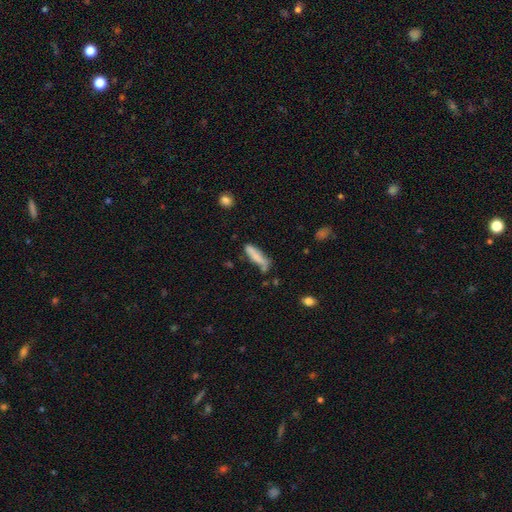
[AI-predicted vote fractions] Overall: smooth (74%). How rounded: cigar-shaped (76%). Merging: none (53%; minor disturbance 27%).